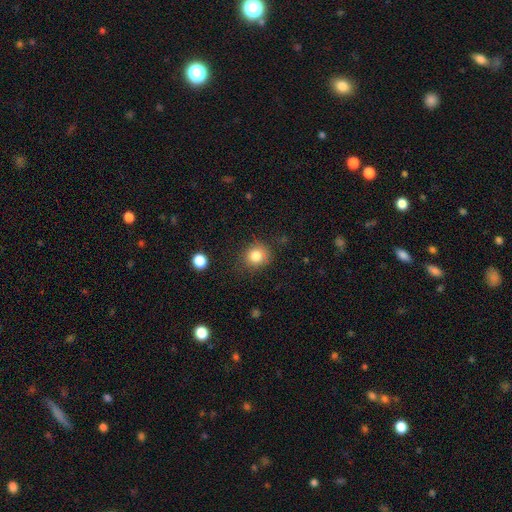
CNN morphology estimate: Smooth or featured? Predicted: smooth (p=0.82). How rounded? Predicted: round (p=0.81). Merging? Predicted: none (p=0.78).